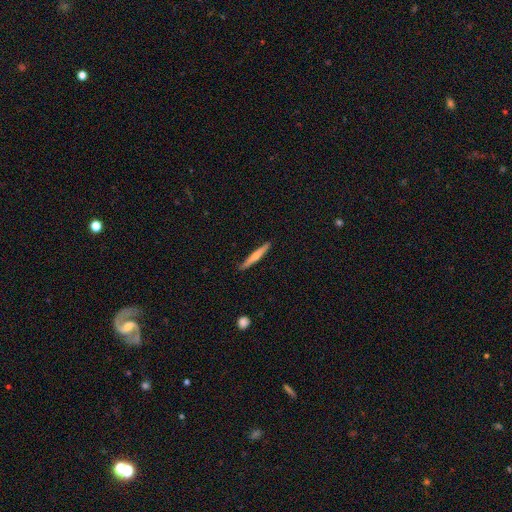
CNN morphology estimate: This appears to be a smooth galaxy with no disk features (49%). Merging: none (90%).